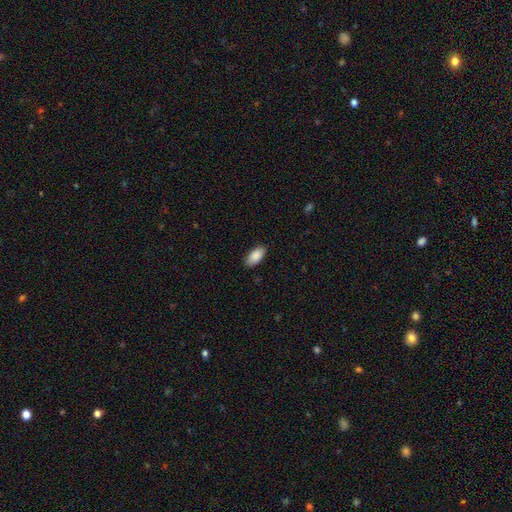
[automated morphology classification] Overall: smooth (89%). How rounded: in between (93%). Merging: none (87%).